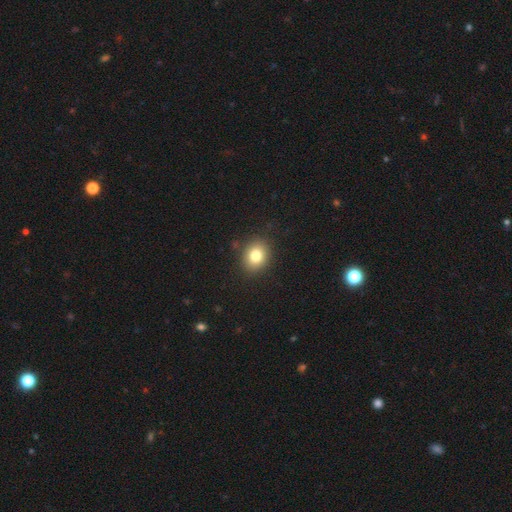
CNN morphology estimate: smooth 80%, star or artifact 11%, featured or disk 9%. Down the decision tree: how rounded — round (57%); merging — none (88%).